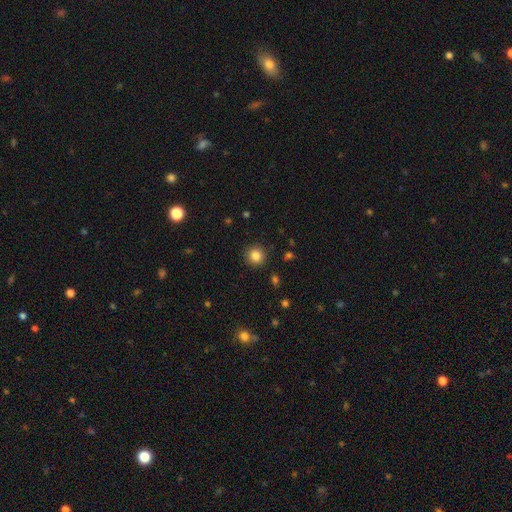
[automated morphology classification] Smooth or featured? smooth (83%)
How rounded? round (93%)
Merging? none (91%)